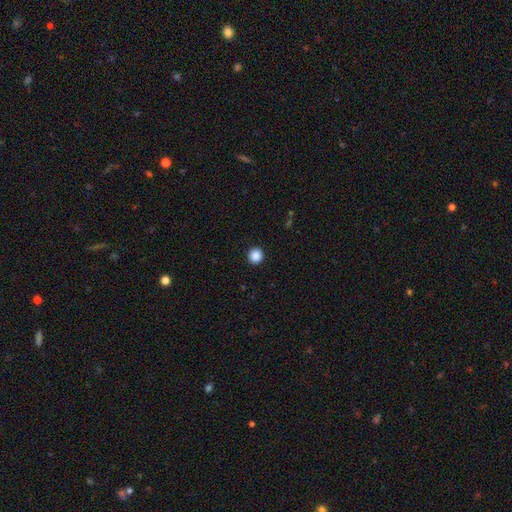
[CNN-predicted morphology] Smooth or featured: smooth — 88% (star or artifact — 10%)
How rounded: round — 95% (in between — 4%)
Merging: none — 94% (minor disturbance — 4%)